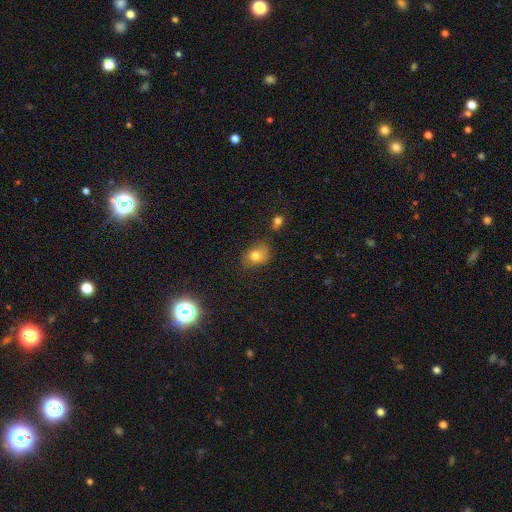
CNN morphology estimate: Smooth or featured? smooth (77%)
How rounded? in between (62%)
Merging? none (68%)